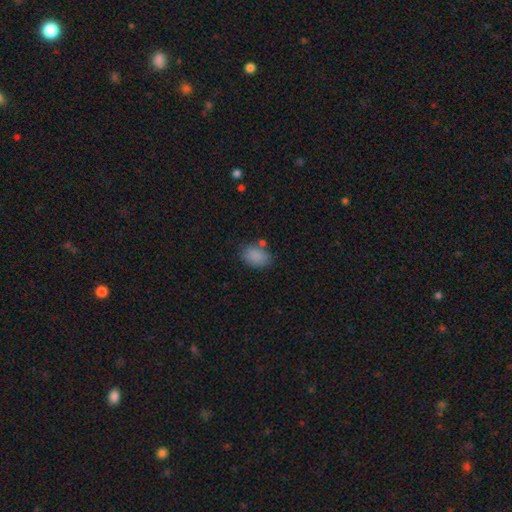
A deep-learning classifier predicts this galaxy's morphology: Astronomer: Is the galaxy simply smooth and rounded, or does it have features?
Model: smooth — 86%.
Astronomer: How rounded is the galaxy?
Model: in between — 79%.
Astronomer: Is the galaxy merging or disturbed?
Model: none — 71%.